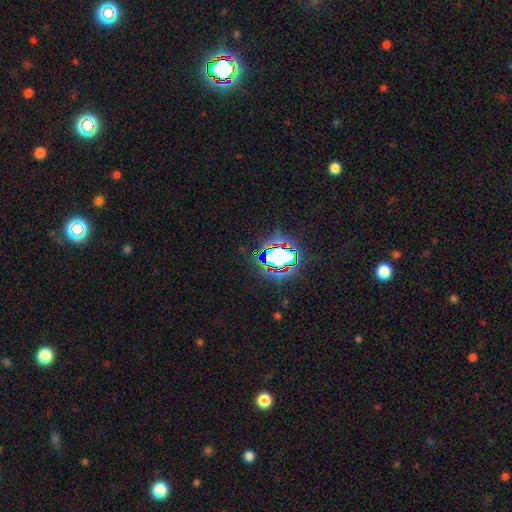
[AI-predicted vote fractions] Morphology: type=star or artifact (81%).